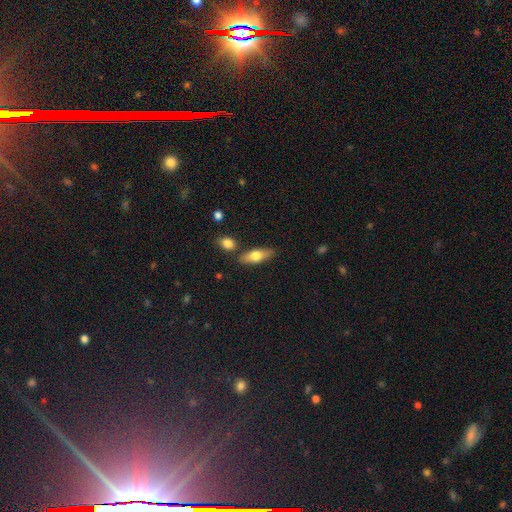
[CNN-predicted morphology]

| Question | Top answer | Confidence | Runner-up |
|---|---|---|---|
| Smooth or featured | smooth | 61% | featured or disk (32%) |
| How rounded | in between | 62% | cigar-shaped (34%) |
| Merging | none | 79% | minor disturbance (11%) |